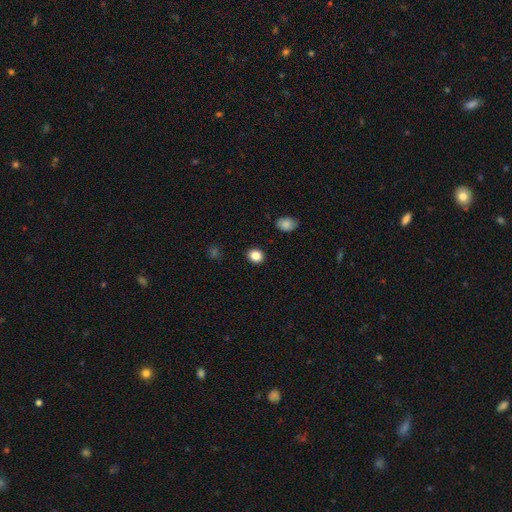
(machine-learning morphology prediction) Smooth or featured? smooth (86%)
How rounded? round (65%)
Merging? none (90%)